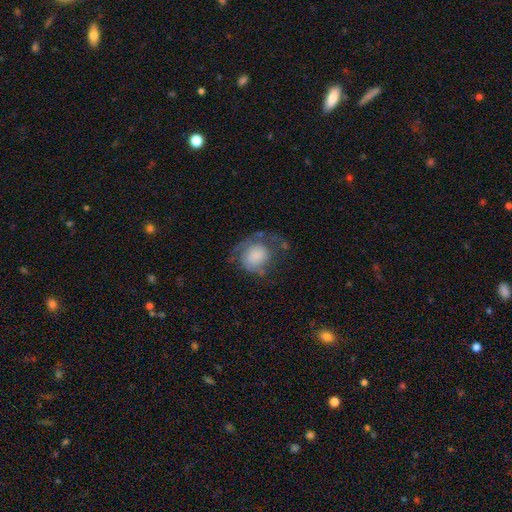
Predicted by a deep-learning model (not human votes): Q: Smooth or featured?
A: featured or disk (47%); runner-up: smooth (45%)
Q: Merging?
A: none (39%); runner-up: major disturbance (34%)